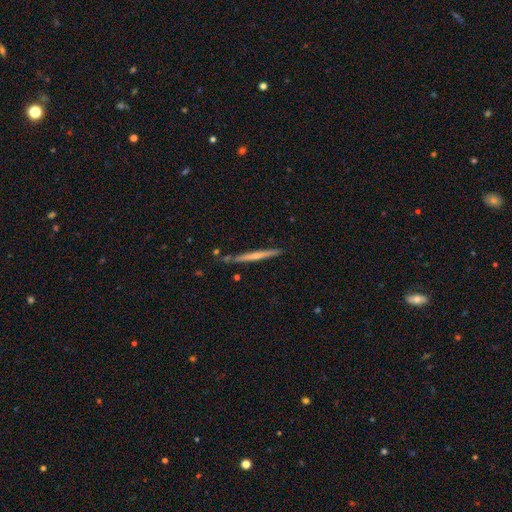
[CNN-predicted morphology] The model was most divided on "smooth or featured": featured or disk: 50%, smooth: 44%, star or artifact: 6%. More confident: edge-on disk — yes (97%); merging — none (85%).